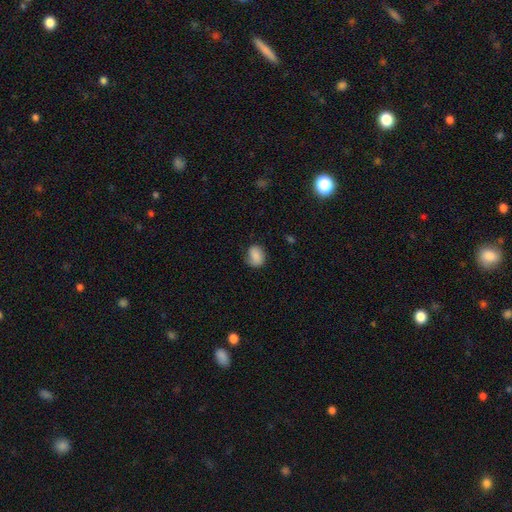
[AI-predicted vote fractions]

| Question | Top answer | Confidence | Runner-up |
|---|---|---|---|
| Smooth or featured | smooth | 79% | featured or disk (13%) |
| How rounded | in between | 54% | round (44%) |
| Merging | none | 62% | minor disturbance (27%) |